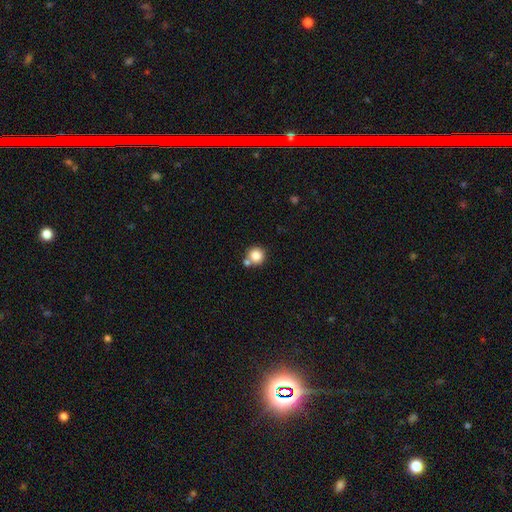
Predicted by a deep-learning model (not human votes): smooth_or_featured: smooth (p=0.83) [alt: star or artifact p=0.10]
how_rounded: round (p=0.93) [alt: in between p=0.06]
merging: none (p=0.66) [alt: merger p=0.23]